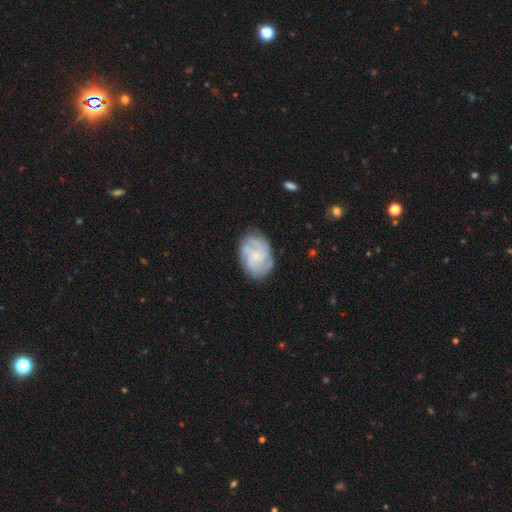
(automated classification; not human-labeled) smooth-or-featured: featured or disk: 71% | smooth: 21% | star or artifact: 7%
  disk-edge-on: no: 97% | yes: 3%
    bar: no: 75% | weak: 22% | strong: 3%
    has-spiral-arms: yes: 92% | no: 8%
      spiral-winding: tight: 52% | medium: 36% | loose: 11%
      spiral-arm-count: can't tell: 32% | 4: 23% | 3: 22% | 2: 11% | more than 4: 7% | 1: 5%
    bulge-size: small: 69% | moderate: 19% | none: 10% | large: 1% | dominant: 1%
  merging: none: 76% | minor disturbance: 17% | major disturbance: 6% | merger: 1%